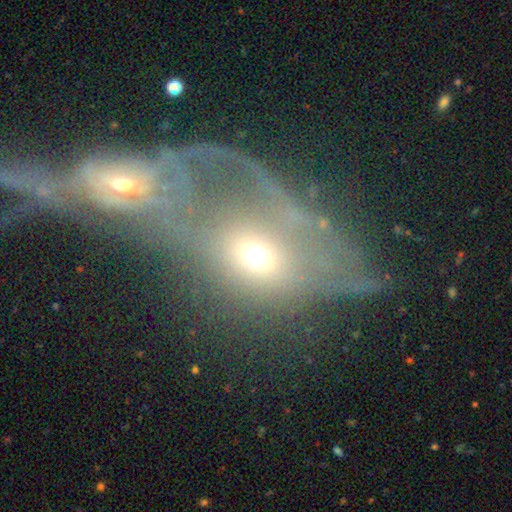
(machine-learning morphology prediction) smooth-or-featured: featured or disk: 45% | smooth: 35% | star or artifact: 20%
  merging: merger: 34% | major disturbance: 30% | none: 23% | minor disturbance: 13%